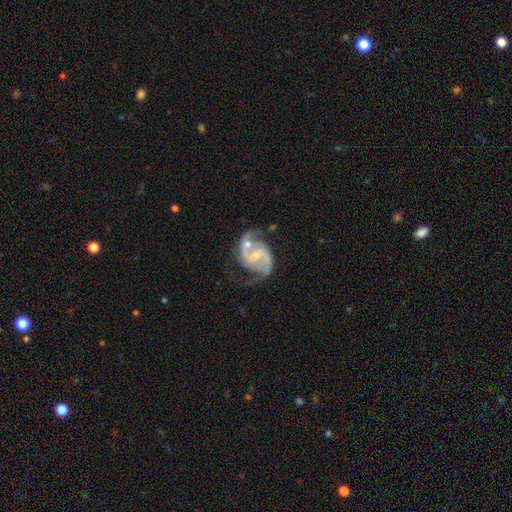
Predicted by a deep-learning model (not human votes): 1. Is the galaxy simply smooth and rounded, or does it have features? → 91% featured or disk, 5% star or artifact, 4% smooth.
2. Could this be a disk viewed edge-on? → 98% no, 2% yes.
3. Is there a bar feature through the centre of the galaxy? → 54% weak, 28% strong, 18% no.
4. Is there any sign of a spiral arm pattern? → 97% yes, 3% no.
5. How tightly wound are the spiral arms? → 59% medium, 27% loose, 14% tight.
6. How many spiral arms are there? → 92% 2, 2% can't tell, 2% 3, 1% 1, 1% 4, 1% more than 4.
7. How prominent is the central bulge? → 51% small, 36% moderate, 10% none, 2% large, 1% dominant.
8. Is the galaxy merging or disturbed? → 60% none, 20% minor disturbance, 12% major disturbance, 7% merger.